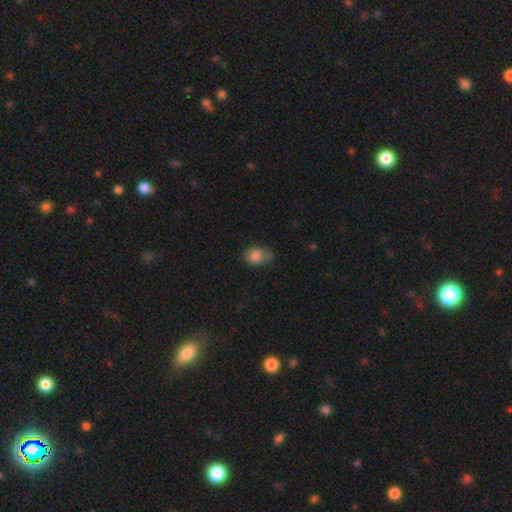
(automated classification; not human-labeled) Smooth or featured? smooth (83%)
How rounded? in between (66%)
Merging? none (54%)